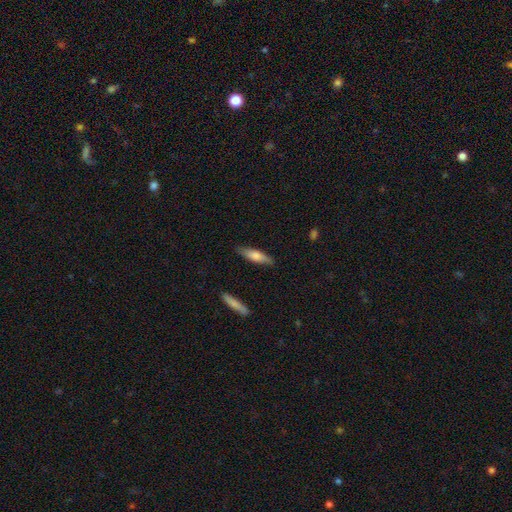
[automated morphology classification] smooth 68%, featured or disk 27%, star or artifact 6%. Down the decision tree: how rounded — cigar-shaped (69%); merging — none (86%).